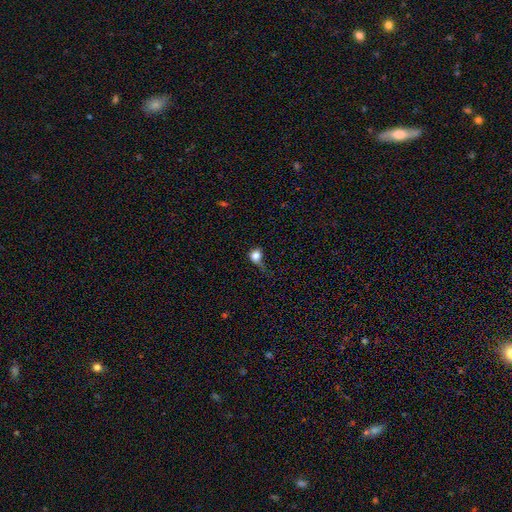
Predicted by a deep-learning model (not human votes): smooth-or-featured: smooth: 79% | star or artifact: 11% | featured or disk: 11%
  how-rounded: round: 72% | in between: 27% | cigar-shaped: 2%
  merging: major disturbance: 35% | none: 31% | minor disturbance: 30% | merger: 4%